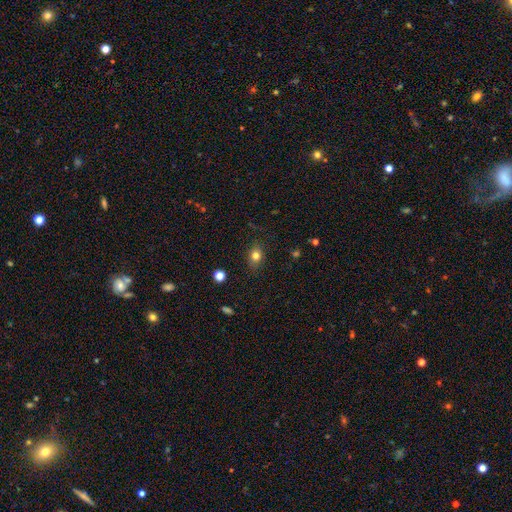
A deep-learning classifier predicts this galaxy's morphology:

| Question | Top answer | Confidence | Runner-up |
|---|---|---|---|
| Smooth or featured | smooth | 78% | star or artifact (13%) |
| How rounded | in between | 55% | round (43%) |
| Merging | none | 83% | minor disturbance (13%) |